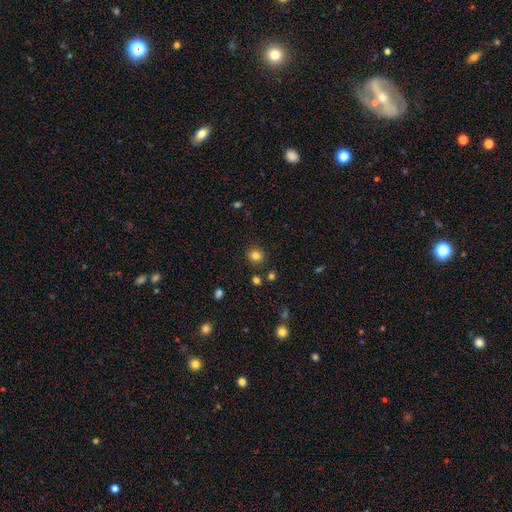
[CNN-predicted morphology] The model was most divided on "smooth or featured": smooth: 81%, star or artifact: 13%, featured or disk: 5%. More confident: how rounded — round (92%); merging — none (89%).